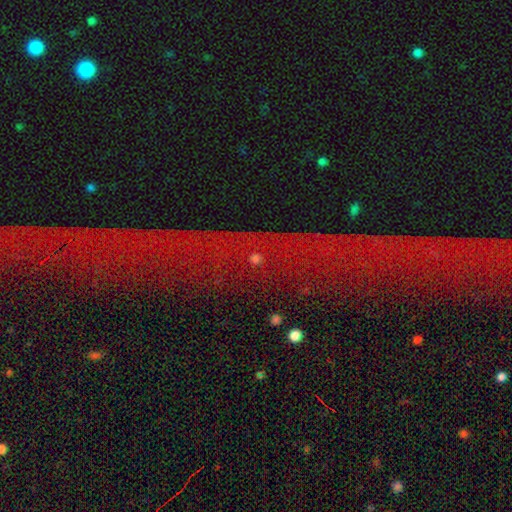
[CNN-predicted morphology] smooth_or_featured: star or artifact (p=0.76) [alt: featured or disk p=0.14]